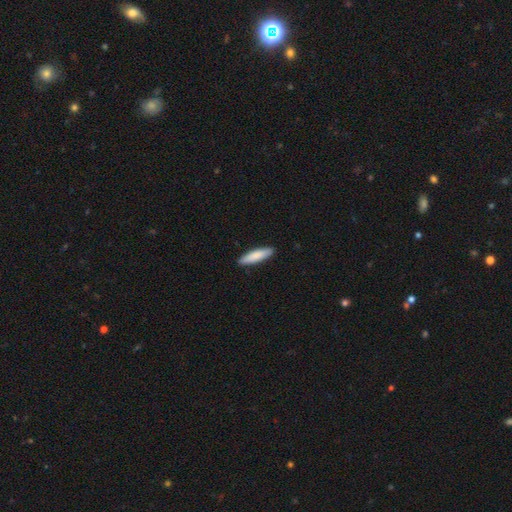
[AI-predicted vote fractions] Smooth or featured?
  - smooth: 84% *
  - featured or disk: 11%
  - star or artifact: 5%
How rounded?
  - cigar-shaped: 71% *
  - in between: 28%
  - round: 1%
Merging?
  - none: 90% *
  - minor disturbance: 7%
  - major disturbance: 1%
  - merger: 1%